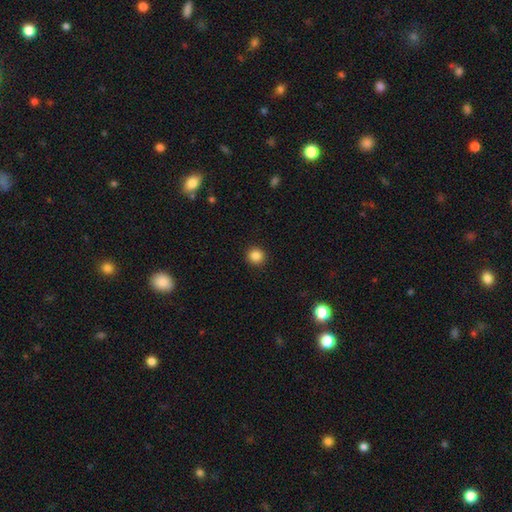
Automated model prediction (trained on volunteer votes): Smooth or featured: smooth — 86% (star or artifact — 10%)
How rounded: round — 94% (in between — 5%)
Merging: none — 93% (minor disturbance — 5%)